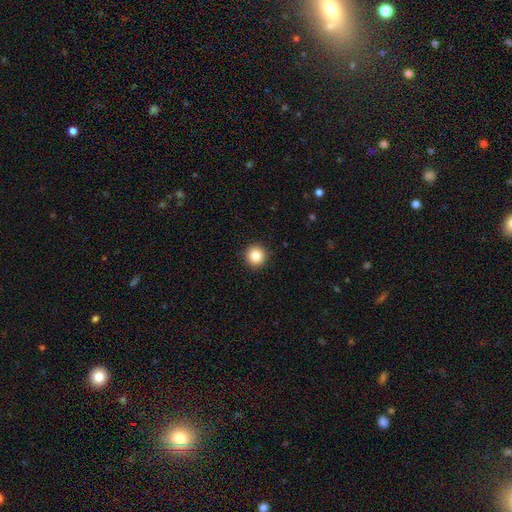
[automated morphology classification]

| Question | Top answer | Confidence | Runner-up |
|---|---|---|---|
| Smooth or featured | smooth | 85% | star or artifact (10%) |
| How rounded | round | 96% | in between (3%) |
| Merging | none | 92% | minor disturbance (5%) |